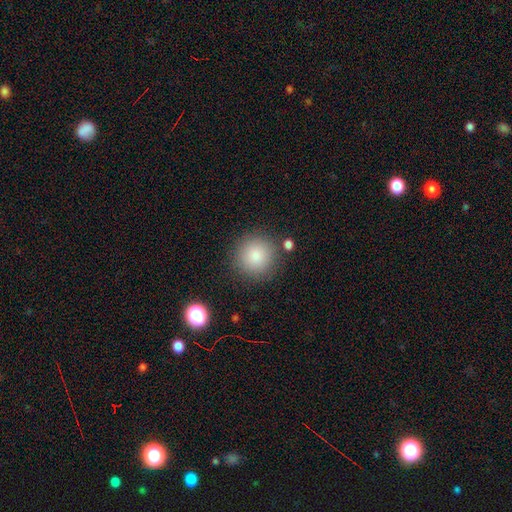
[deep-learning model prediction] Smooth or featured? Predicted: smooth (p=0.86). How rounded? Predicted: round (p=0.94). Merging? Predicted: none (p=0.84).